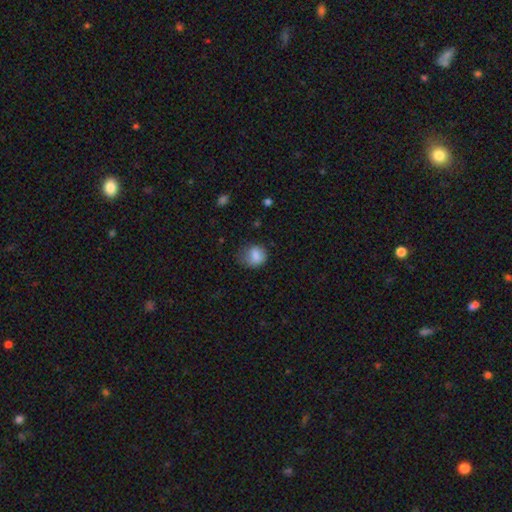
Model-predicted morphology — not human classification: Smooth or featured?
  - smooth: 79% *
  - featured or disk: 12%
  - star or artifact: 9%
How rounded?
  - round: 61% *
  - in between: 38%
  - cigar-shaped: 1%
Merging?
  - none: 52% *
  - minor disturbance: 31%
  - major disturbance: 15%
  - merger: 2%